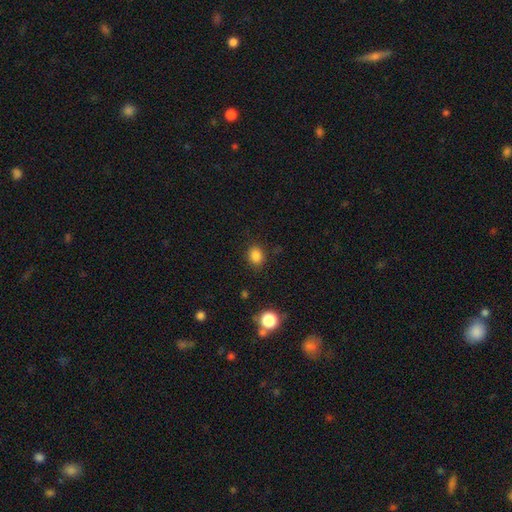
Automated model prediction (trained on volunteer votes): Overall: smooth (84%). How rounded: round (59%; in between 40%). Merging: none (86%).